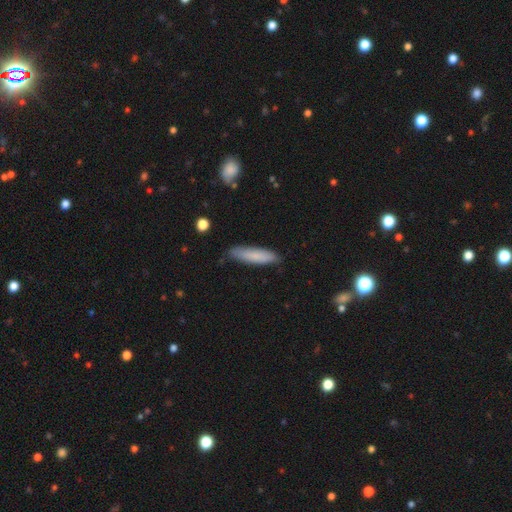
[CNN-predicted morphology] This is likely a smooth galaxy (80%). How rounded: likely cigar-shaped (77%). Merging: clearly none (81%).